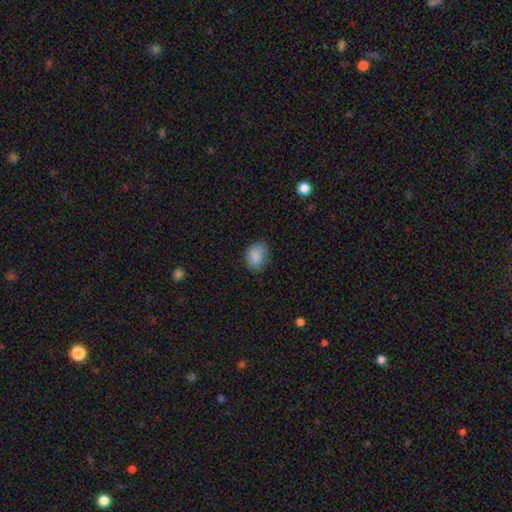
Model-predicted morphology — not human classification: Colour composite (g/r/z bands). It shows a smooth galaxy with no disk features (86%) that is in between round and cigar-shaped (72%). Merging: none (74%).